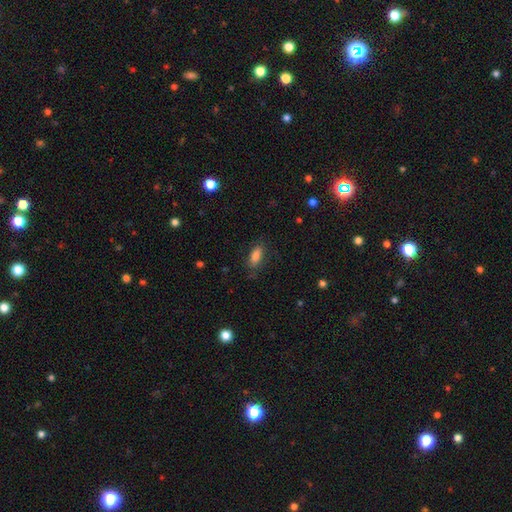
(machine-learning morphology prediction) Smooth or featured? Predicted: smooth (p=0.82). How rounded? Predicted: in between (p=0.76). Merging? Predicted: none (p=0.79).